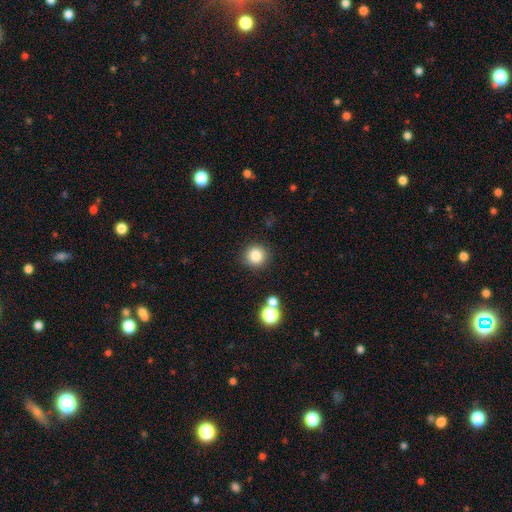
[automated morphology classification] Smooth or featured? smooth (84%)
How rounded? round (93%)
Merging? none (87%)